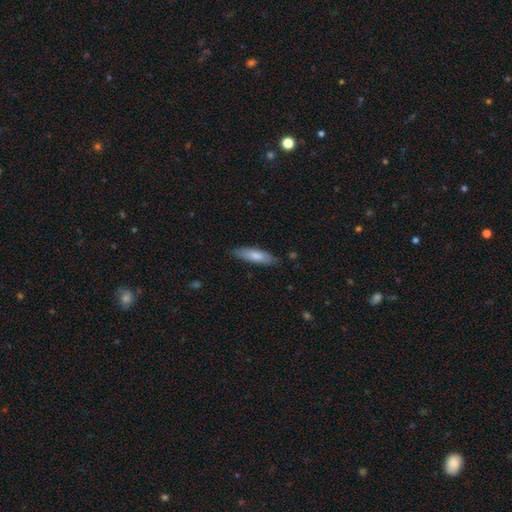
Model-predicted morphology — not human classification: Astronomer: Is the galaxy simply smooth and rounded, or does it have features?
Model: smooth — 78%.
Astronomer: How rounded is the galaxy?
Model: cigar-shaped — 60% (runner-up: in between, 38%).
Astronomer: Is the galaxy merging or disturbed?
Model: none — 82%.